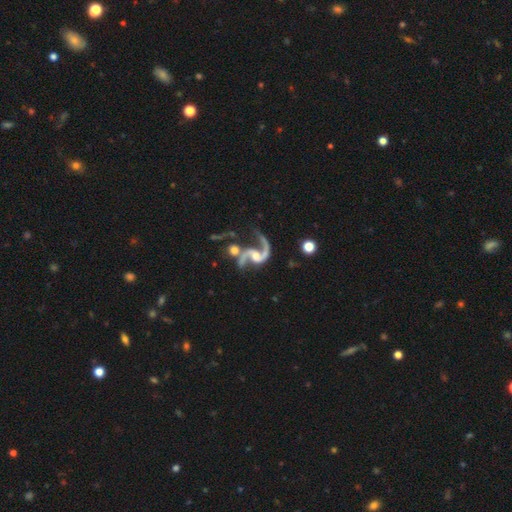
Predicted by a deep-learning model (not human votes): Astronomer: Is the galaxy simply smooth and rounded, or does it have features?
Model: featured or disk — 90%.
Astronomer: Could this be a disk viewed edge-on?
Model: no — 97%.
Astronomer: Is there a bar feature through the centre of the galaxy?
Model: no — 46% (runner-up: weak, 39%).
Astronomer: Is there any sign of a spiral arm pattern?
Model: yes — 97%.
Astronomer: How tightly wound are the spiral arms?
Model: loose — 65%.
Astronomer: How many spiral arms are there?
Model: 2 — 90%.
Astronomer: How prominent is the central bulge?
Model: moderate — 48% (runner-up: small, 35%).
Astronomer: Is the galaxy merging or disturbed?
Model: none — 37% (runner-up: merger, 31%).